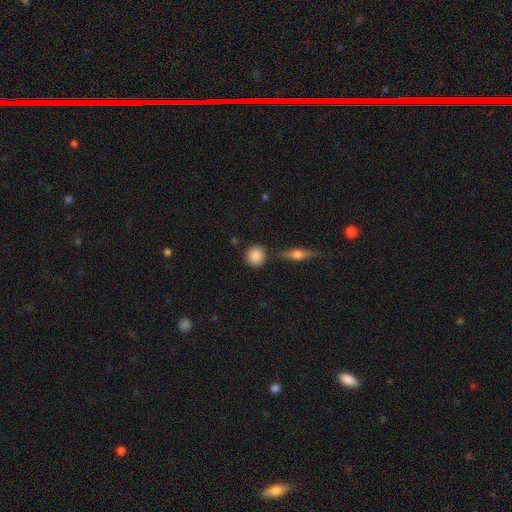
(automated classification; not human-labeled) This is clearly a smooth galaxy (86%). How rounded: clearly round (89%). Merging: clearly none (82%).